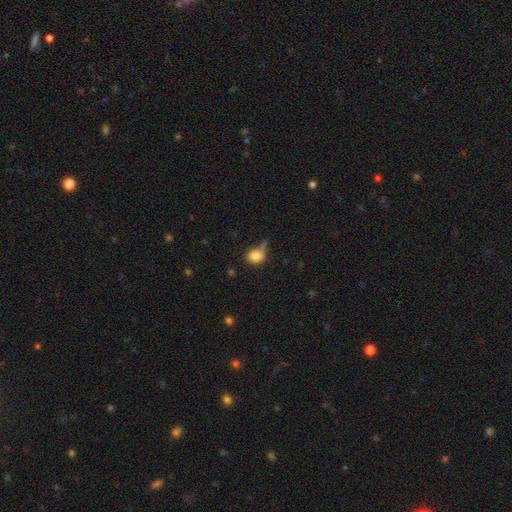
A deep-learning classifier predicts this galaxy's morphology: Overall: smooth (81%). How rounded: round (66%; in between 32%). Merging: none (37%; minor disturbance 30%).